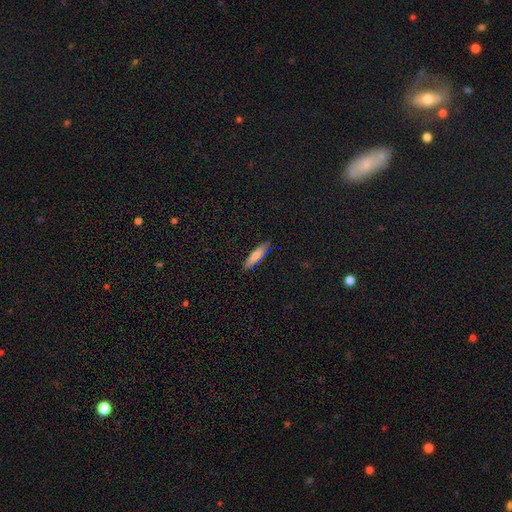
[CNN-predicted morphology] Smooth or featured? smooth (73%)
How rounded? cigar-shaped (72%)
Merging? none (87%)